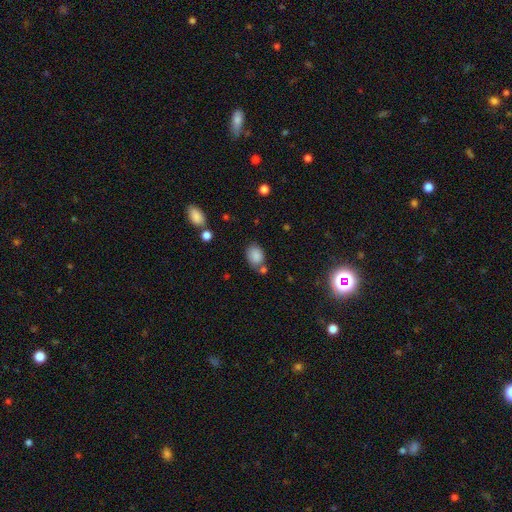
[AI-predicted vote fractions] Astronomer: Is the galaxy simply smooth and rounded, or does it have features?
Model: smooth — 85%.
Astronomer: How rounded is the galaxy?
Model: in between — 68%.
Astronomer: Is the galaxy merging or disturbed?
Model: none — 62%.